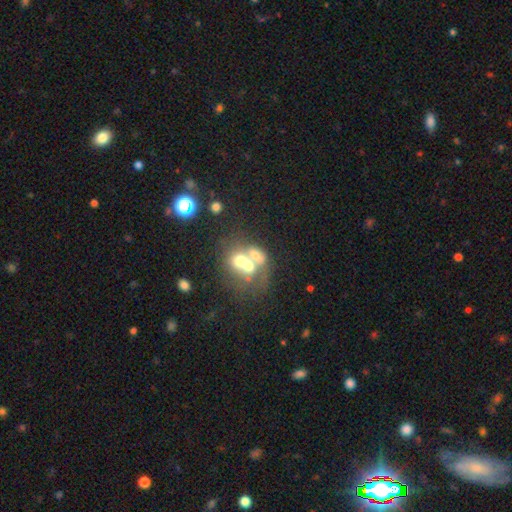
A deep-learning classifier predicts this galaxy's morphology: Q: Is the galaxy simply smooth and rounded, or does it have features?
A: smooth — 48%.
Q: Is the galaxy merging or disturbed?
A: merger — 68%.